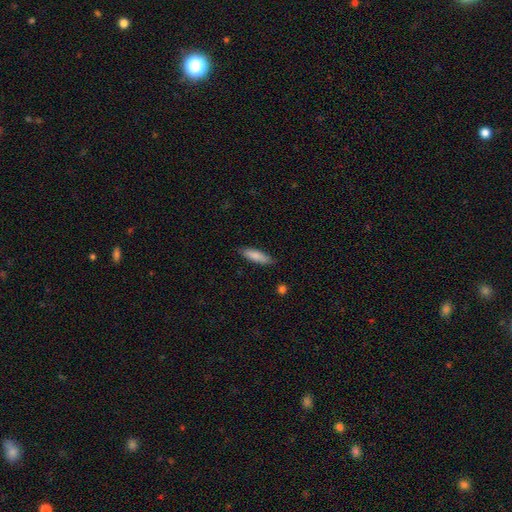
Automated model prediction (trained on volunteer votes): smooth_or_featured: smooth (p=0.83) [alt: featured or disk p=0.11]
how_rounded: cigar-shaped (p=0.64) [alt: in between p=0.35]
merging: none (p=0.84) [alt: minor disturbance p=0.13]